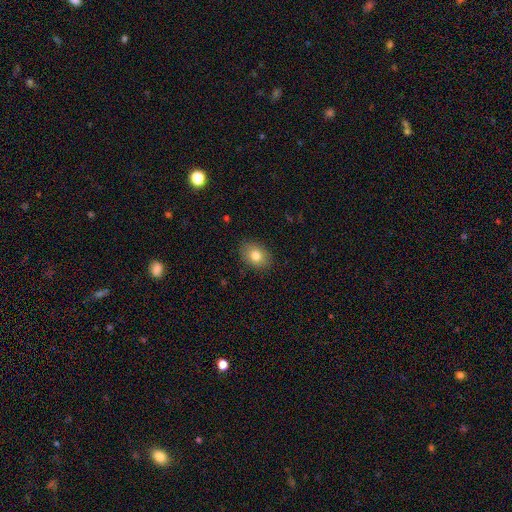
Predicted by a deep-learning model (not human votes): This appears to be a smooth galaxy with no disk features (81%) that is in between round and cigar-shaped (75%). Merging: none (87%).